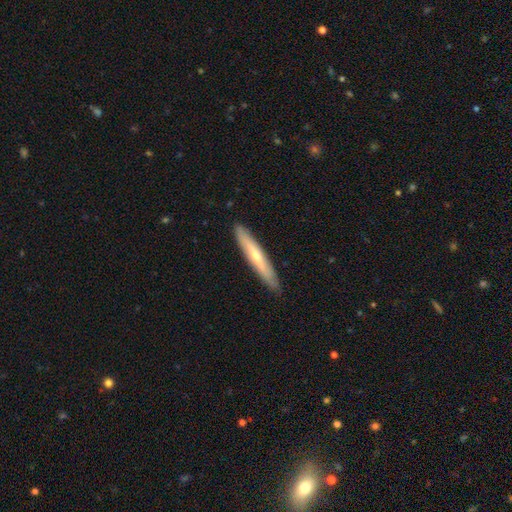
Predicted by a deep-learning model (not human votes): Smooth or featured? featured or disk (50%)
Merging? none (89%)